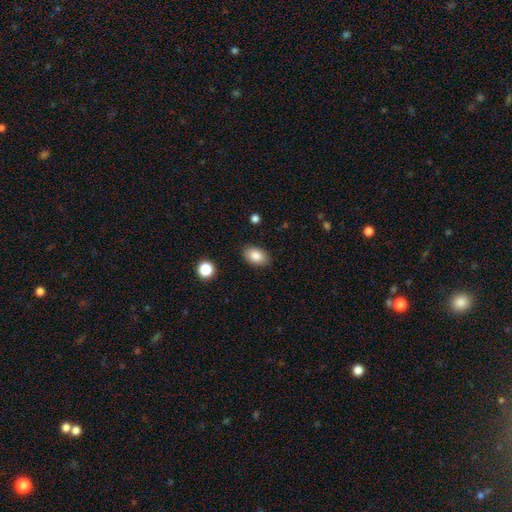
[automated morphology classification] Overall: smooth (85%). How rounded: in between (87%). Merging: none (86%).